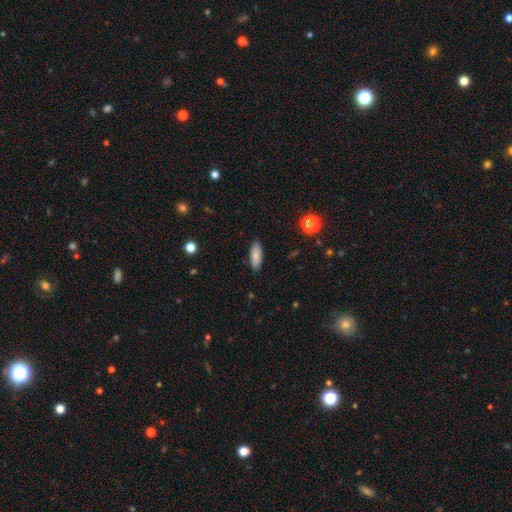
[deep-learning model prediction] smooth-or-featured: smooth: 85% | featured or disk: 7% | star or artifact: 7%
  how-rounded: in between: 69% | cigar-shaped: 29% | round: 2%
  merging: none: 88% | minor disturbance: 8% | major disturbance: 2% | merger: 1%